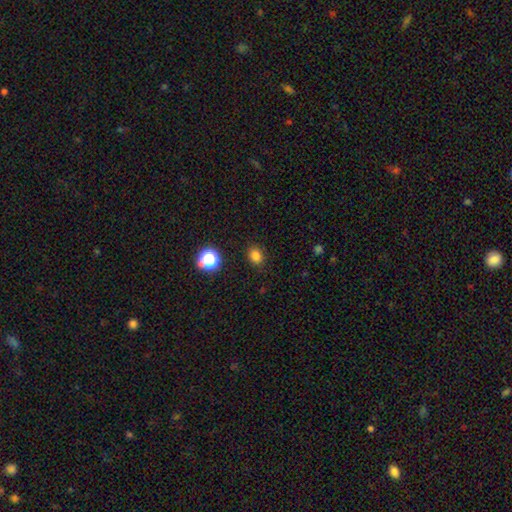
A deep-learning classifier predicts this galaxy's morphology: This appears to be a smooth galaxy with no disk features (80%) that is round (56%). Merging: none (87%).